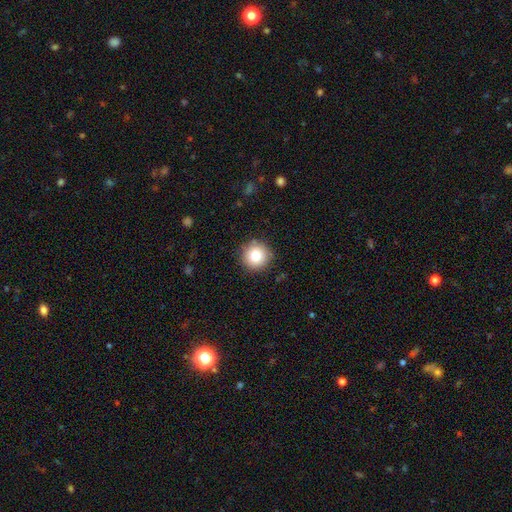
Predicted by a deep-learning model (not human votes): A smooth galaxy with no disk features (81%) that is round (95%).

Vote fractions:
- Smooth or featured? smooth: 81% / star or artifact: 10% / featured or disk: 9%
- How rounded? round: 95% / in between: 4% / cigar-shaped: 1%
- Merging? none: 89% / minor disturbance: 8% / major disturbance: 2% / merger: 1%